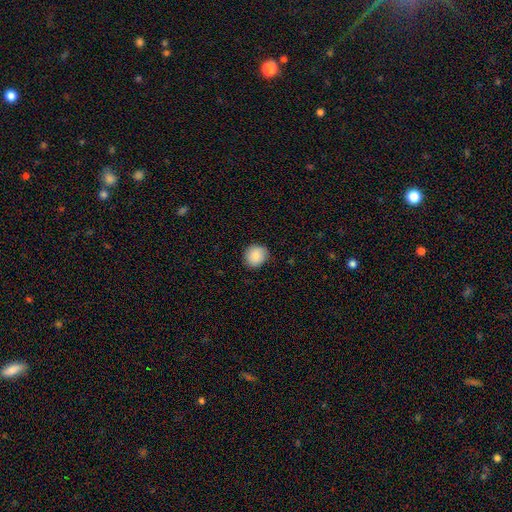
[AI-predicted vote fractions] A smooth galaxy with no disk features (87%) that is round (86%).

Vote fractions:
- Smooth or featured? smooth: 87% / star or artifact: 8% / featured or disk: 5%
- How rounded? round: 86% / in between: 13% / cigar-shaped: 1%
- Merging? none: 85% / minor disturbance: 12% / major disturbance: 2% / merger: 1%